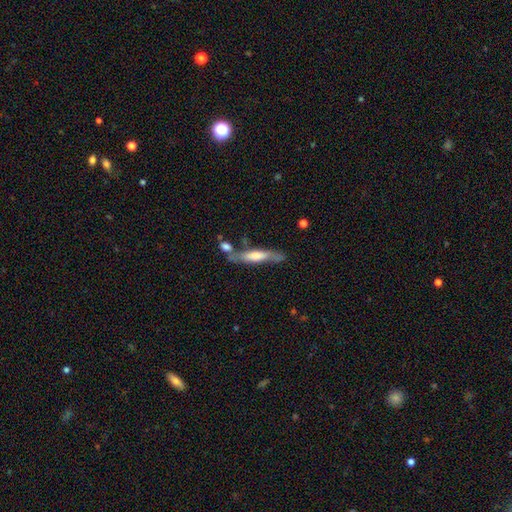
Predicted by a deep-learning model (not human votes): Morphology: type=featured or disk (55%); edge-on=yes (80%); merging=none (60%).